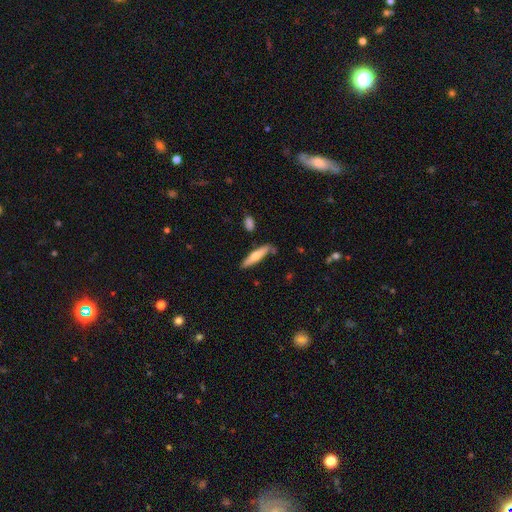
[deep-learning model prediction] A smooth galaxy with no disk features (53%) that is cigar-shaped (79%).

Vote fractions:
- Smooth or featured? smooth: 53% / featured or disk: 41% / star or artifact: 6%
- How rounded? cigar-shaped: 79% / in between: 20% / round: 2%
- Merging? none: 75% / minor disturbance: 17% / merger: 4% / major disturbance: 4%